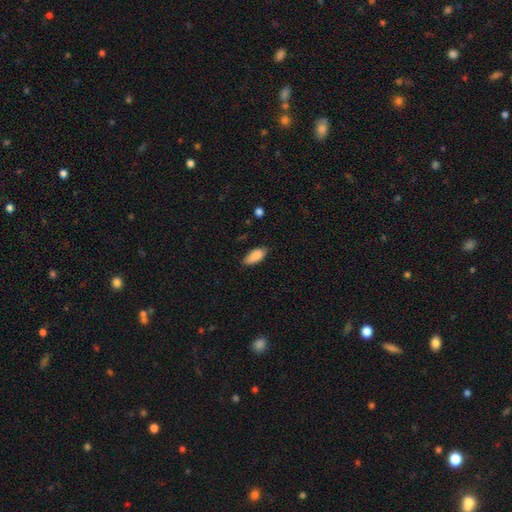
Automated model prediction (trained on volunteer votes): Smooth or featured: smooth — 88% (star or artifact — 7%)
How rounded: in between — 89% (cigar-shaped — 9%)
Merging: none — 74% (minor disturbance — 21%)